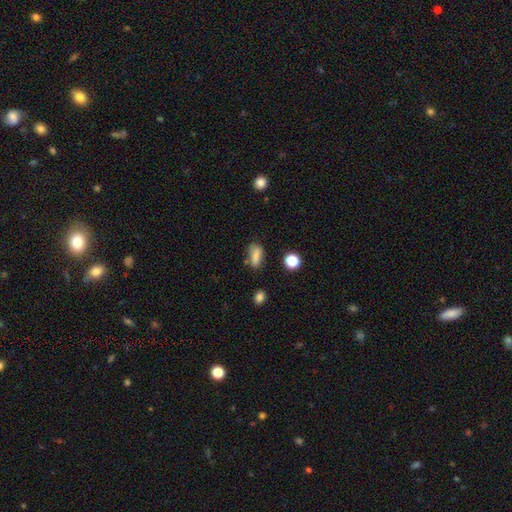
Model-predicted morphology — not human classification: This is likely a smooth galaxy (78%). How rounded: likely in between (74%). Merging: possibly none (59%).